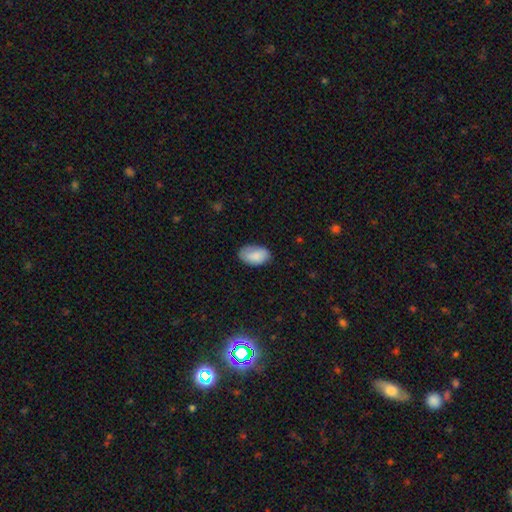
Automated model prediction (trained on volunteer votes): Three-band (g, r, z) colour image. It shows a smooth galaxy with no disk features (86%) that is in between round and cigar-shaped (93%). Merging: none (74%).